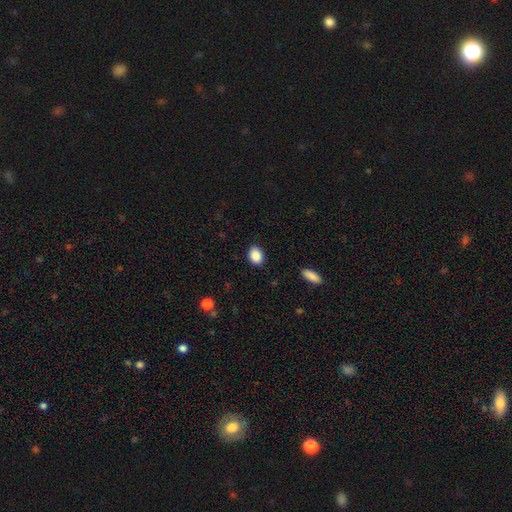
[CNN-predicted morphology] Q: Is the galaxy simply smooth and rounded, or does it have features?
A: smooth — 89%.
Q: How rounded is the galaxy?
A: in between — 69%.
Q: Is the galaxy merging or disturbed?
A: none — 88%.